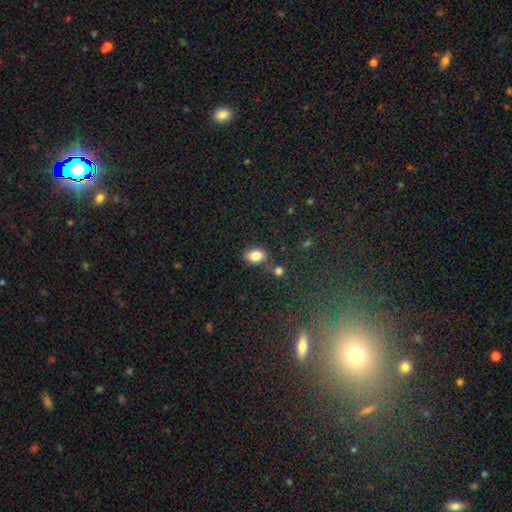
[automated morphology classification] This appears to be a smooth galaxy with no disk features (84%) that is in between round and cigar-shaped (79%). Merging: none (72%).